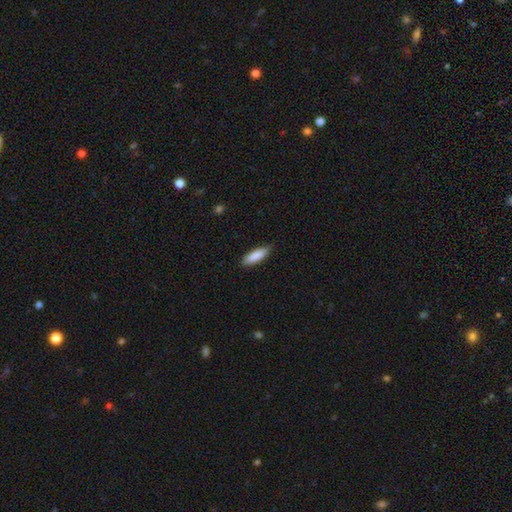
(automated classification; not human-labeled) Smooth or featured? smooth (88%)
How rounded? cigar-shaped (53%)
Merging? none (86%)